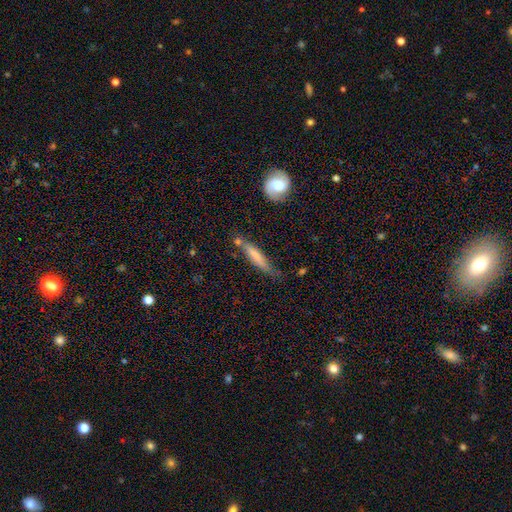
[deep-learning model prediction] smooth 62%, featured or disk 32%, star or artifact 7%. Down the decision tree: how rounded — cigar-shaped (88%); merging — none (55%).